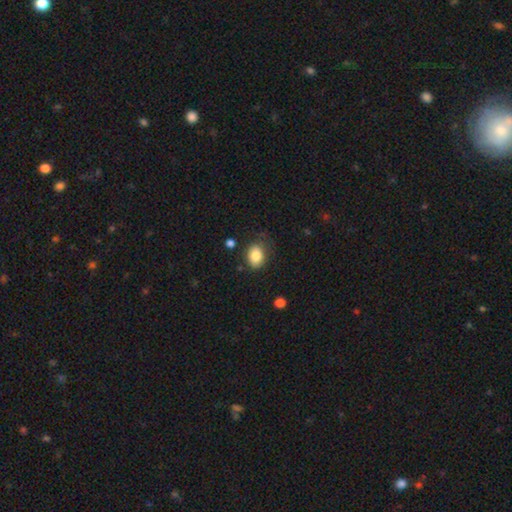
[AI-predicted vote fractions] Smooth or featured? smooth (84%)
How rounded? in between (73%)
Merging? none (72%)